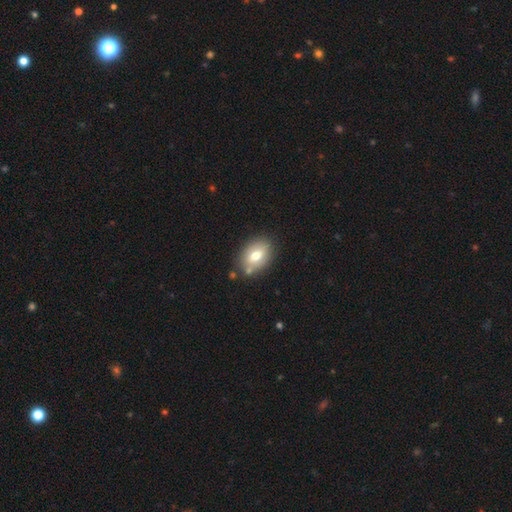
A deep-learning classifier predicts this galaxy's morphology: Overall: smooth (70%). How rounded: in between (77%). Merging: none (75%).